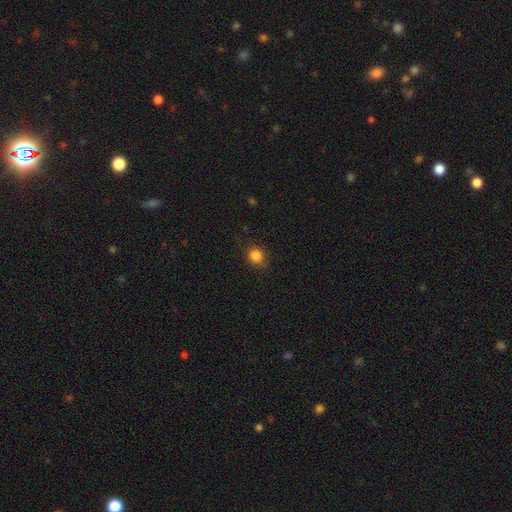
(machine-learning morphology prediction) smooth_or_featured: smooth (p=0.85) [alt: star or artifact p=0.11]
how_rounded: round (p=0.67) [alt: in between p=0.32]
merging: none (p=0.79) [alt: minor disturbance p=0.16]